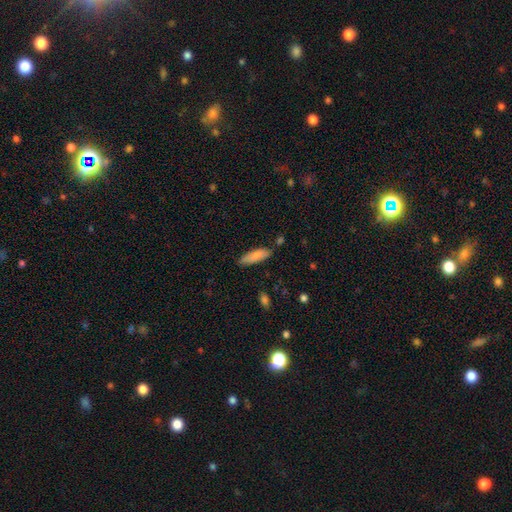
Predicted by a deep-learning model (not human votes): smooth 85%, featured or disk 9%, star or artifact 6%. Down the decision tree: how rounded — in between (50%); merging — none (81%).